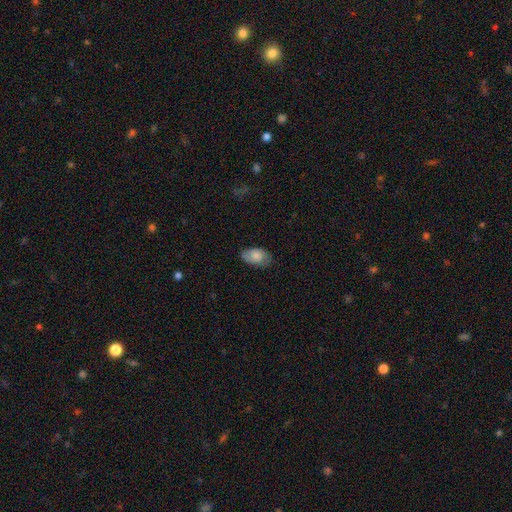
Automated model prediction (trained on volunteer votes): Smooth or featured?
  - smooth: 76% *
  - featured or disk: 17%
  - star or artifact: 7%
How rounded?
  - in between: 92% *
  - round: 6%
  - cigar-shaped: 2%
Merging?
  - none: 73% *
  - minor disturbance: 21%
  - major disturbance: 5%
  - merger: 1%